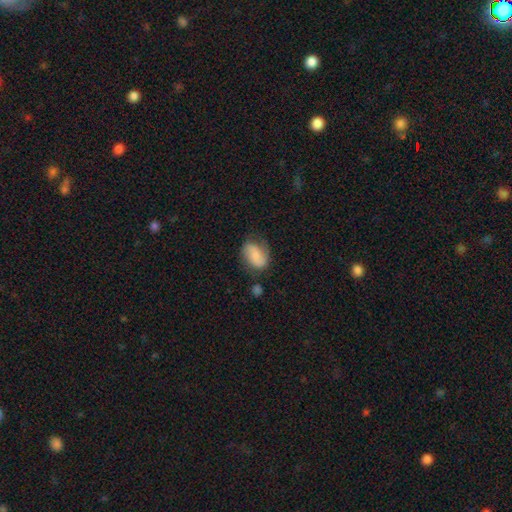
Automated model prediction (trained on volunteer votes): Smooth or featured?
  - smooth: 59% *
  - featured or disk: 33%
  - star or artifact: 8%
How rounded?
  - in between: 83% *
  - round: 15%
  - cigar-shaped: 2%
Merging?
  - none: 60% *
  - minor disturbance: 27%
  - major disturbance: 10%
  - merger: 4%